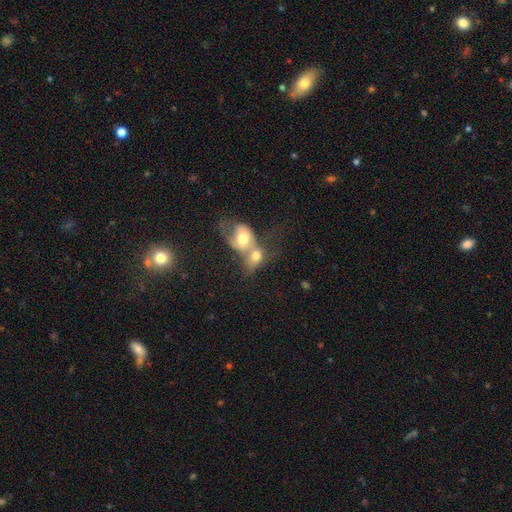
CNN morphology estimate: Smooth or featured? smooth (62%)
How rounded? in between (54%)
Merging? merger (80%)